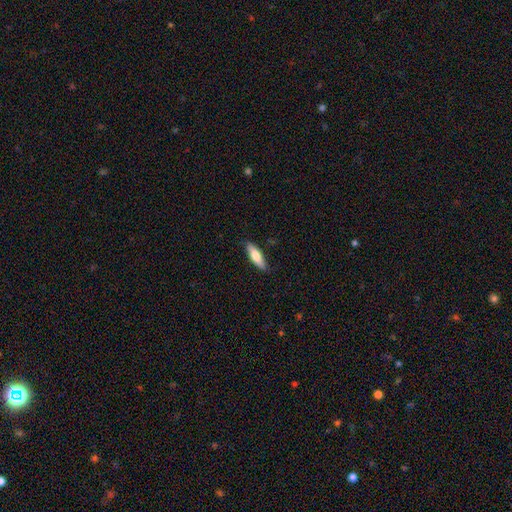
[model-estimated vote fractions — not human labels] Morphology: type=smooth (66%); roundness=cigar-shaped (55%); merging=none (86%).